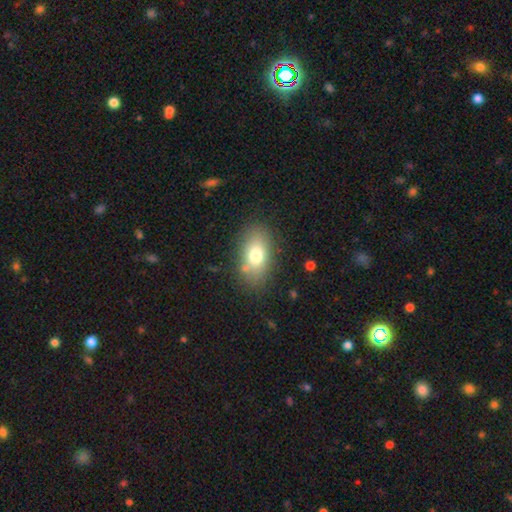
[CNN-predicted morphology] Smooth or featured? smooth (74%)
How rounded? in between (86%)
Merging? none (78%)